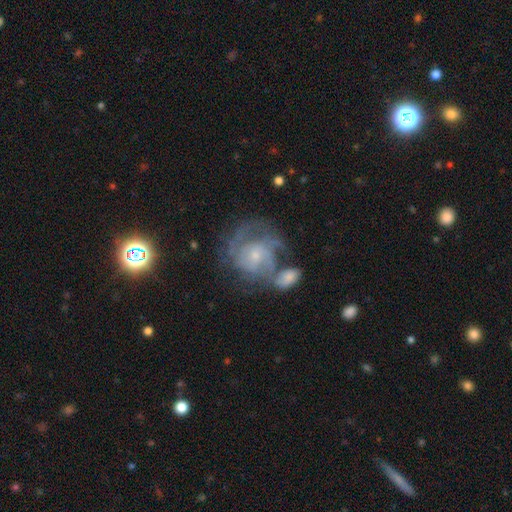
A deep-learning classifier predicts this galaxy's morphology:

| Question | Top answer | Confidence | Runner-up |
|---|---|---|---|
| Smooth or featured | featured or disk | 76% | smooth (14%) |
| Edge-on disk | no | 98% | yes (2%) |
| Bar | no | 68% | weak (27%) |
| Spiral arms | yes | 87% | no (13%) |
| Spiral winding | tight | 47% | medium (39%) |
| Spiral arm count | can't tell | 38% | 3 (23%) |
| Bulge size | small | 69% | moderate (23%) |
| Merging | none | 39% | merger (25%) |